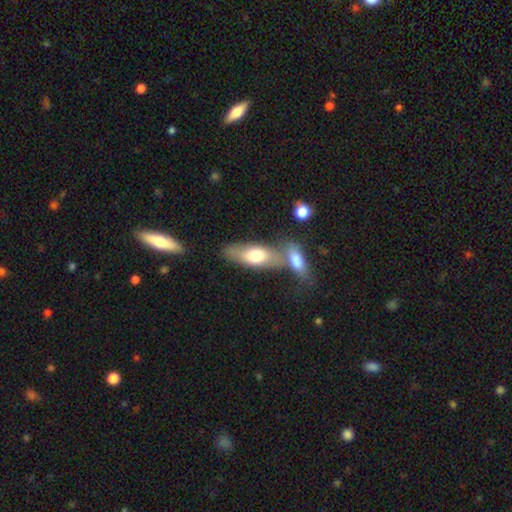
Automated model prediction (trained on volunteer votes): Smooth or featured: smooth — 68% (featured or disk — 26%)
How rounded: in between — 72% (cigar-shaped — 25%)
Merging: none — 47% (merger — 37%)